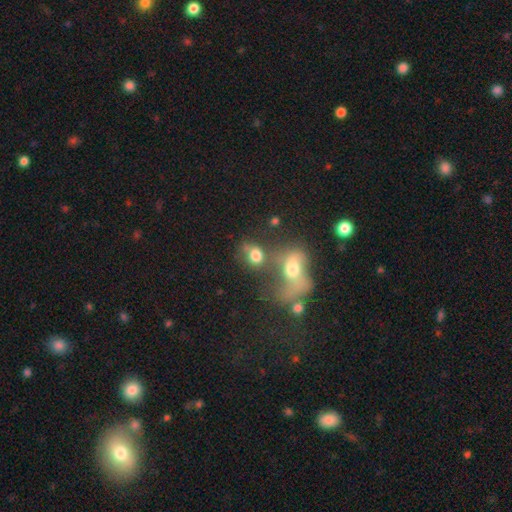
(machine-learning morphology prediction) smooth 69%, featured or disk 17%, star or artifact 14%. Down the decision tree: how rounded — round (52%); merging — merger (51%).